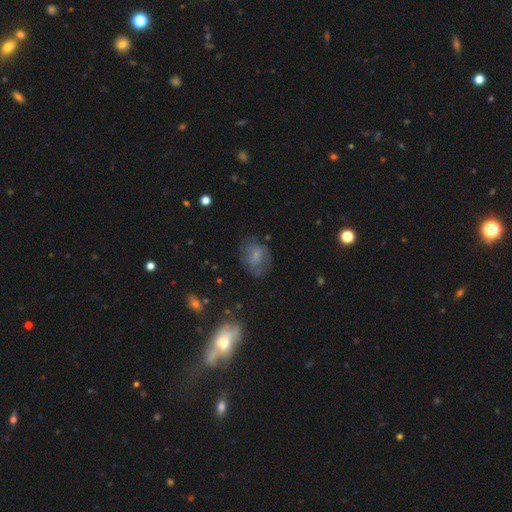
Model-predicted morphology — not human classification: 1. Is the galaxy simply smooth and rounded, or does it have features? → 55% smooth, 33% featured or disk, 12% star or artifact.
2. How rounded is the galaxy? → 61% in between, 37% round, 2% cigar-shaped.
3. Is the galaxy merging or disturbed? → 60% none, 23% minor disturbance, 14% major disturbance, 2% merger.